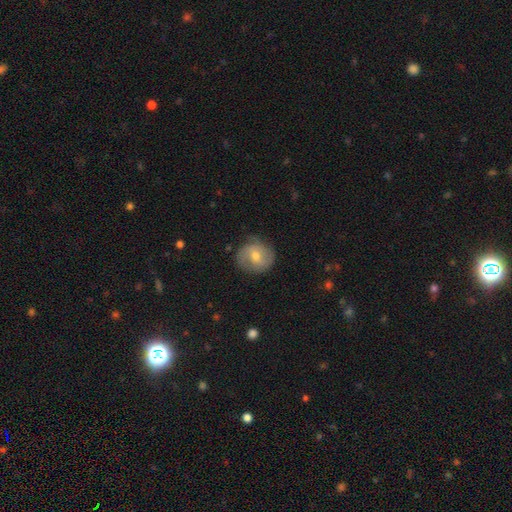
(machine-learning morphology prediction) Q: Smooth or featured?
A: featured or disk (53%); runner-up: smooth (39%)
Q: Edge-on disk?
A: no (96%); runner-up: yes (4%)
Q: Bar?
A: no (54%); runner-up: weak (36%)
Q: Spiral arms?
A: yes (79%); runner-up: no (21%)
Q: Bulge size?
A: moderate (61%); runner-up: small (35%)
Q: Merging?
A: none (75%); runner-up: minor disturbance (18%)